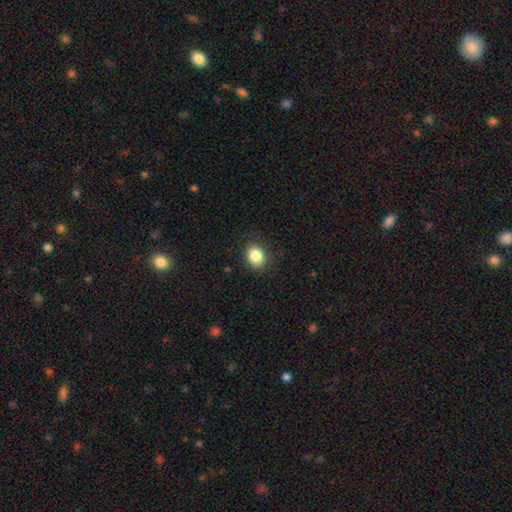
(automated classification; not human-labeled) This appears to be a smooth galaxy with no disk features (86%) that is in between round and cigar-shaped (52%). Merging: none (87%).